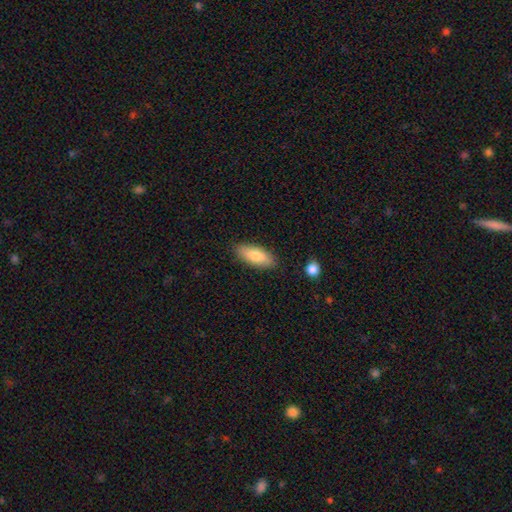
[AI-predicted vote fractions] Smooth or featured: smooth — 81% (featured or disk — 13%)
How rounded: in between — 76% (cigar-shaped — 22%)
Merging: none — 86% (minor disturbance — 10%)